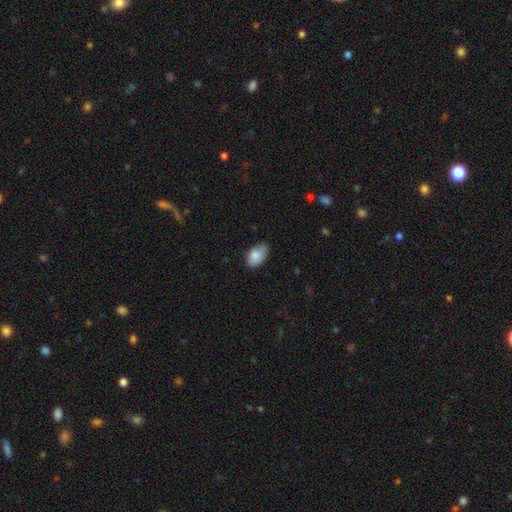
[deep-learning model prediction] This appears to be a smooth galaxy with no disk features (84%) that is in between round and cigar-shaped (91%). Merging: none (65%).